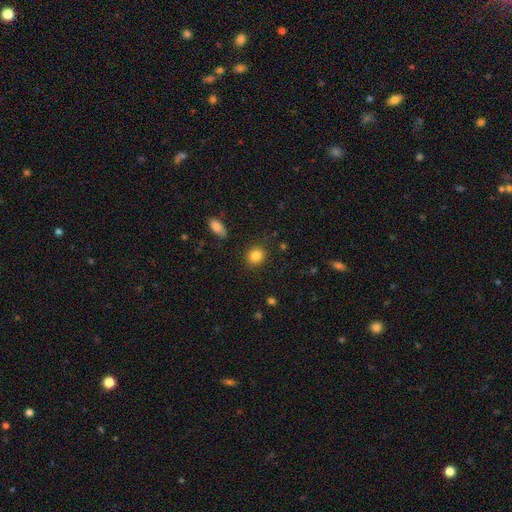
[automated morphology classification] smooth_or_featured: smooth (p=0.85) [alt: star or artifact p=0.10]
how_rounded: round (p=0.79) [alt: in between p=0.20]
merging: none (p=0.88) [alt: minor disturbance p=0.08]